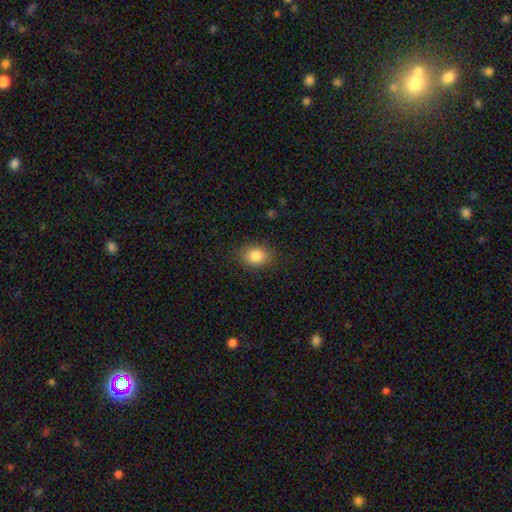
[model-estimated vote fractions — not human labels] Smooth or featured: smooth — 84% (star or artifact — 10%)
How rounded: in between — 53% (round — 46%)
Merging: none — 86% (minor disturbance — 10%)